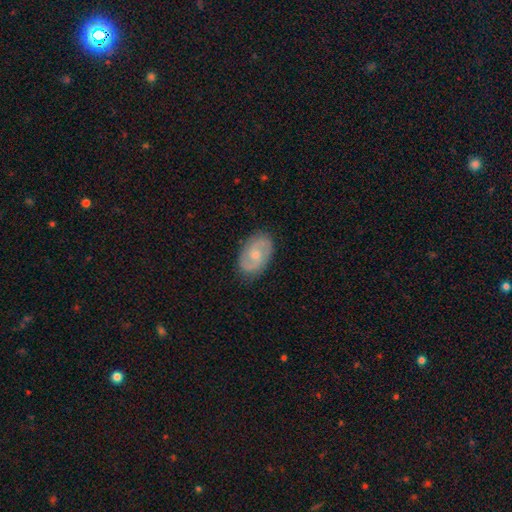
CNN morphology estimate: type=featured or disk (75%); edge-on=no (97%); bar=no (55%); spiral arms=yes (93%); winding=medium (50%); arm count=2 (89%); bulge=moderate (49%); merging=none (85%).